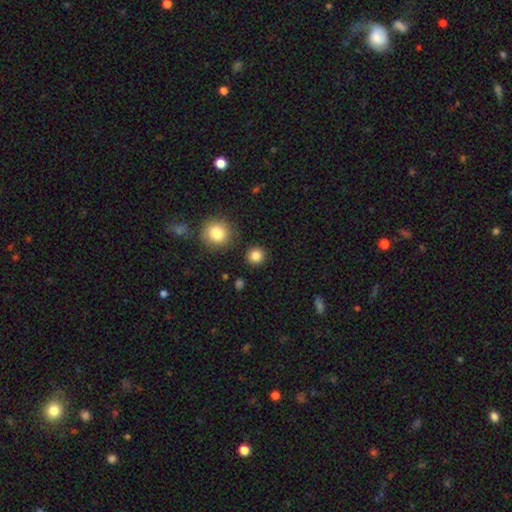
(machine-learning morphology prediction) smooth 84%, star or artifact 12%, featured or disk 4%. Down the decision tree: how rounded — round (93%); merging — none (89%).